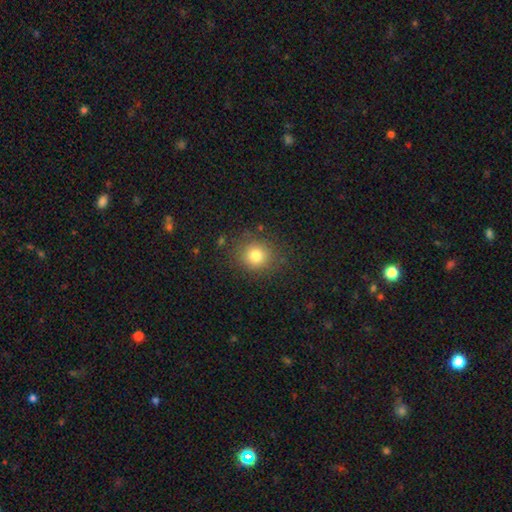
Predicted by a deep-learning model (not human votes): Overall: smooth (79%). How rounded: round (85%). Merging: none (84%).